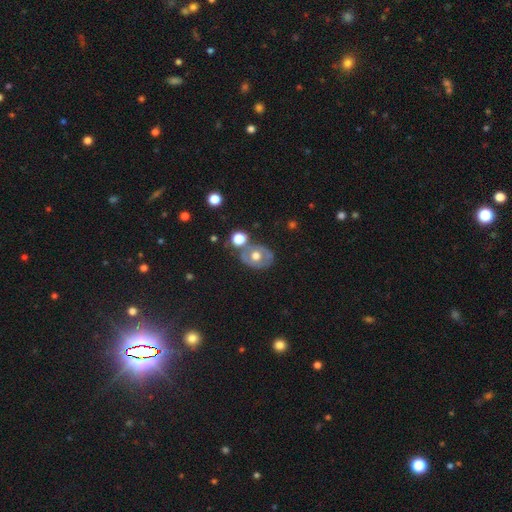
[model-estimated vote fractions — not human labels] This is possibly a featured or disk galaxy (50%). It is clearly not viewed edge-on (93%). Merging: possibly none (60%).